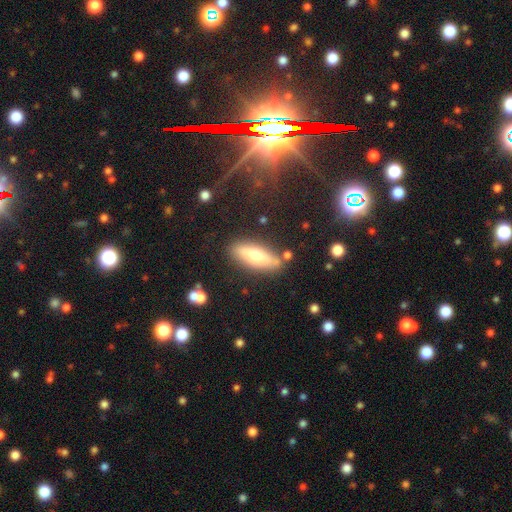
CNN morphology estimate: Q: Smooth or featured?
A: smooth (61%); runner-up: featured or disk (32%)
Q: How rounded?
A: in between (52%); runner-up: cigar-shaped (46%)
Q: Merging?
A: none (81%); runner-up: minor disturbance (12%)